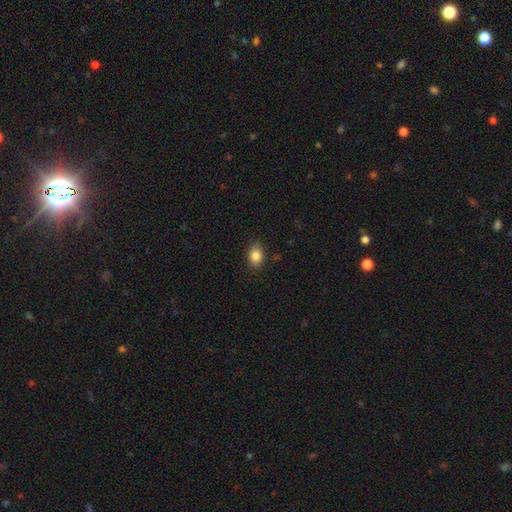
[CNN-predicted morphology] Smooth or featured? Predicted: smooth (p=0.86). How rounded? Predicted: in between (p=0.68). Merging? Predicted: none (p=0.87).